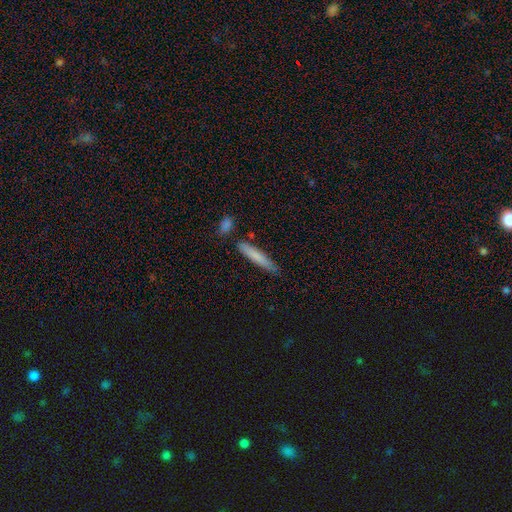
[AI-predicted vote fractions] Overall: smooth (76%). How rounded: cigar-shaped (92%). Merging: none (76%).